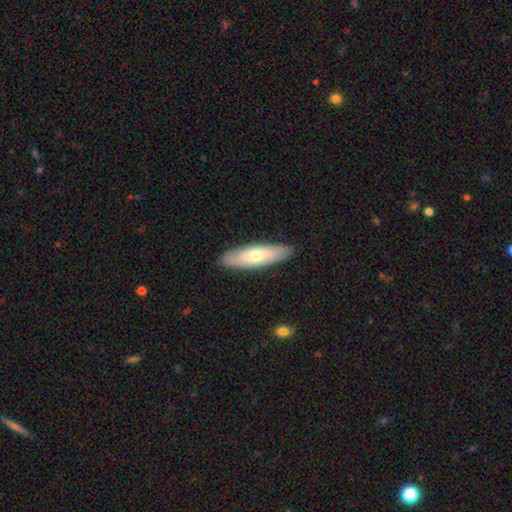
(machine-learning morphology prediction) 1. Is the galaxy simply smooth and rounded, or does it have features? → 62% smooth, 33% featured or disk, 5% star or artifact.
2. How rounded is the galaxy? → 56% cigar-shaped, 42% in between, 2% round.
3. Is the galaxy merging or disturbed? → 88% none, 9% minor disturbance, 2% major disturbance, 1% merger.